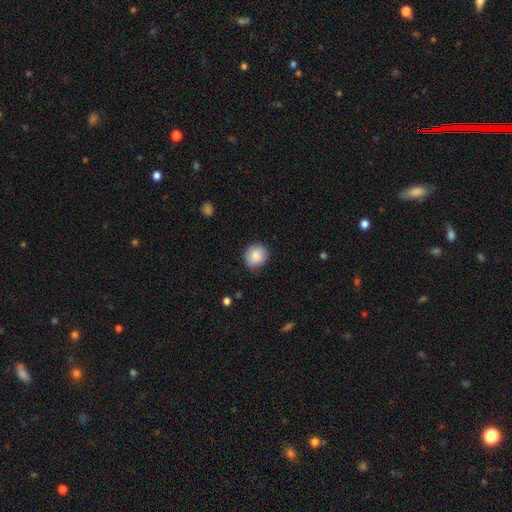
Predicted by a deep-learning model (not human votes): smooth_or_featured: smooth (p=0.87) [alt: star or artifact p=0.07]
how_rounded: round (p=0.78) [alt: in between p=0.21]
merging: none (p=0.76) [alt: minor disturbance p=0.19]